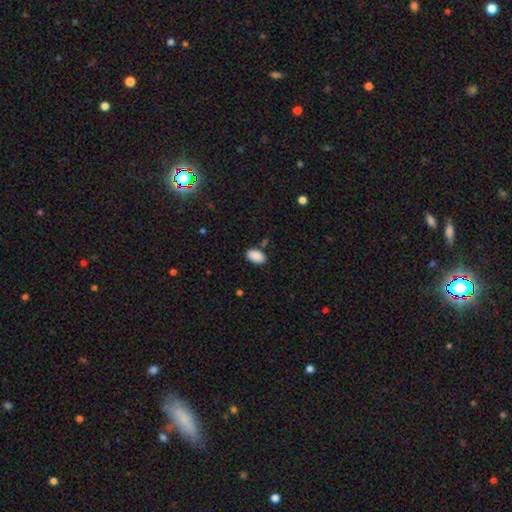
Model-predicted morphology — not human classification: Smooth or featured?
  - smooth: 90% *
  - star or artifact: 7%
  - featured or disk: 3%
How rounded?
  - in between: 93% *
  - round: 6%
  - cigar-shaped: 1%
Merging?
  - none: 82% *
  - minor disturbance: 12%
  - merger: 3%
  - major disturbance: 3%